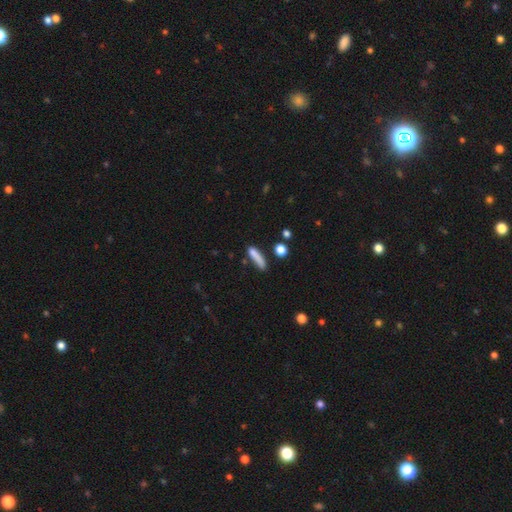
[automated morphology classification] A smooth galaxy with no disk features (79%) that is cigar-shaped (76%). Merging: none (60%).